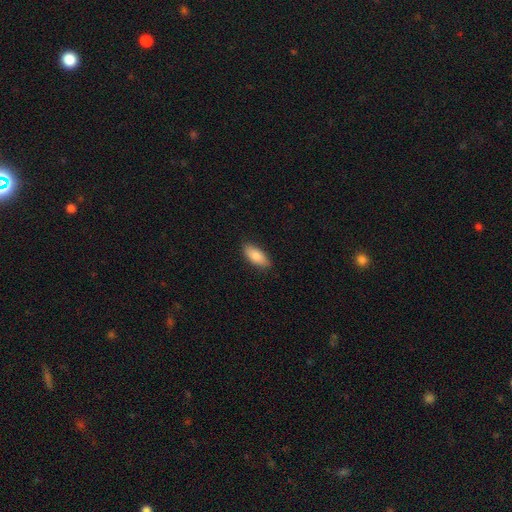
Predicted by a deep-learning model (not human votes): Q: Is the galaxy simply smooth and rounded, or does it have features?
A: smooth — 83%.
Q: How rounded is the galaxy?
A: in between — 84%.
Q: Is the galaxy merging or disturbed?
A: none — 86%.